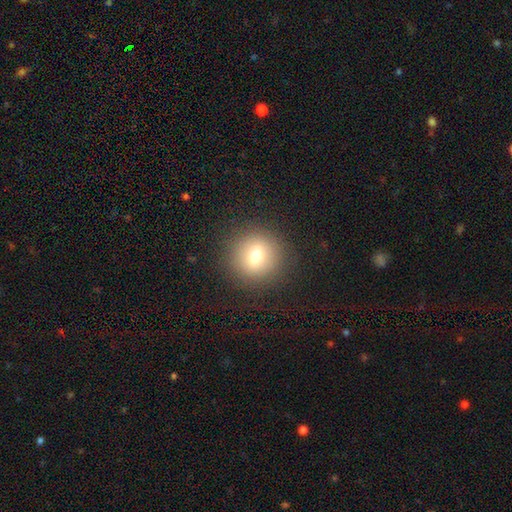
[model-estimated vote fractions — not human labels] Q: Smooth or featured?
A: smooth (70%); runner-up: featured or disk (17%)
Q: How rounded?
A: round (90%); runner-up: in between (9%)
Q: Merging?
A: none (89%); runner-up: minor disturbance (7%)